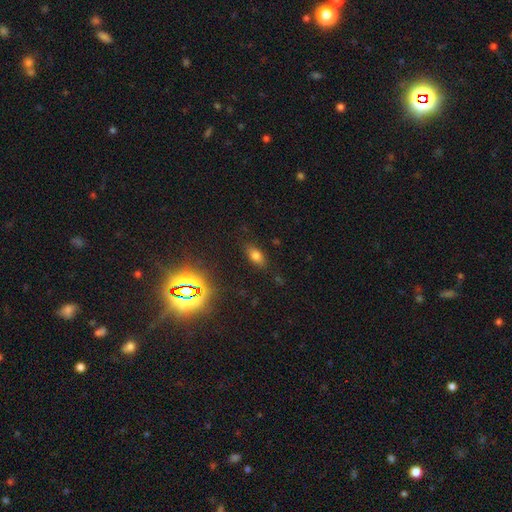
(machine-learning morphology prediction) Overall: smooth (72%). How rounded: in between (85%). Merging: none (83%).